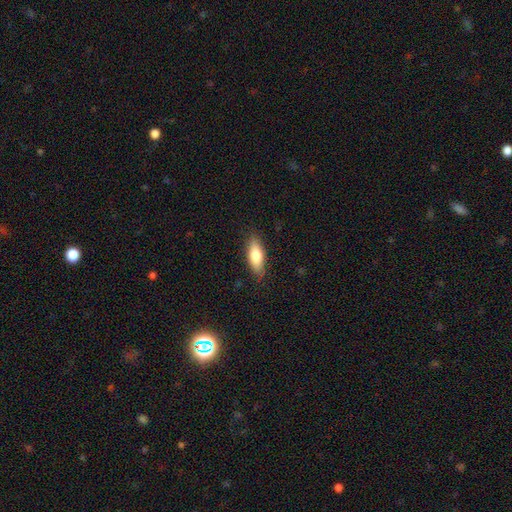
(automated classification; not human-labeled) A smooth galaxy with no disk features (78%) that is in between round and cigar-shaped (69%).

Vote fractions:
- Smooth or featured? smooth: 78% / featured or disk: 16% / star or artifact: 6%
- How rounded? in between: 69% / cigar-shaped: 29% / round: 2%
- Merging? none: 85% / minor disturbance: 12% / major disturbance: 3% / merger: 1%